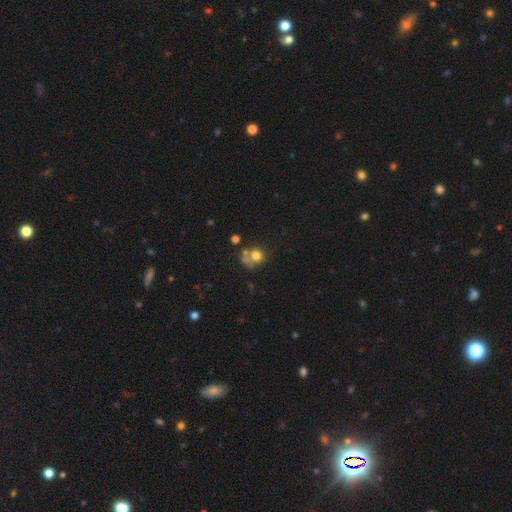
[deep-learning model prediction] Smooth or featured? Predicted: smooth (p=0.70). How rounded? Predicted: round (p=0.78). Merging? Predicted: none (p=0.40).